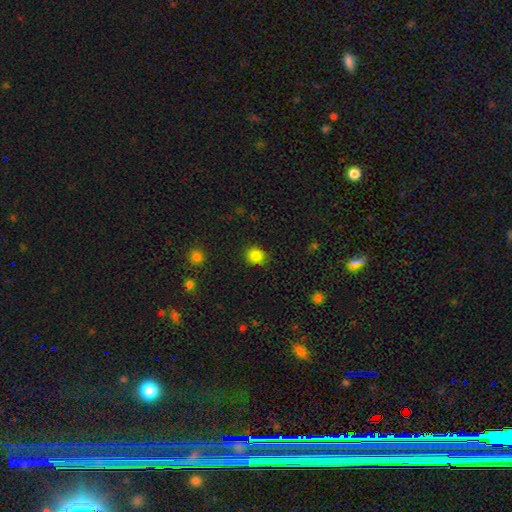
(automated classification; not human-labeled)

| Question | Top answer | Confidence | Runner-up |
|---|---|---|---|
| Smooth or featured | smooth | 84% | star or artifact (11%) |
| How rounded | round | 84% | in between (15%) |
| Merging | none | 87% | minor disturbance (9%) |